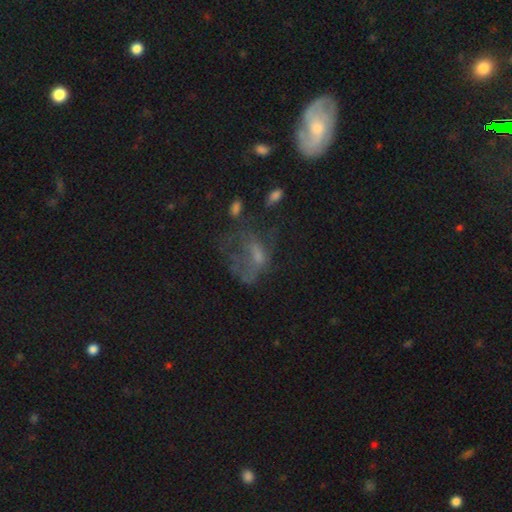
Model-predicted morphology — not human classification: Smooth or featured? Predicted: featured or disk (p=0.44). Merging? Predicted: major disturbance (p=0.48).